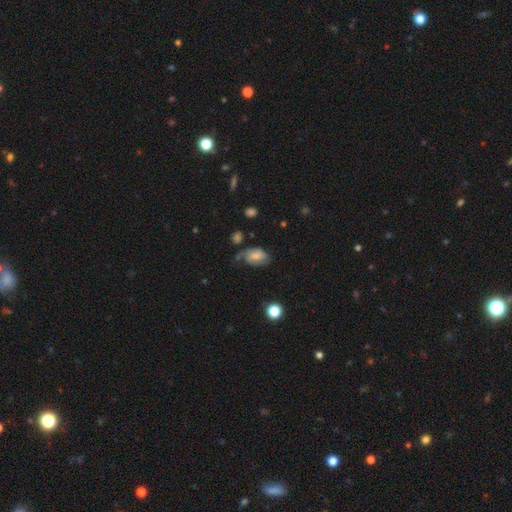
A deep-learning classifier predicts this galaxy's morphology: smooth_or_featured: featured or disk (p=0.51) [alt: smooth p=0.40]
disk_edge_on: no (p=0.95) [alt: yes p=0.05]
merging: none (p=0.41) [alt: minor disturbance p=0.30]